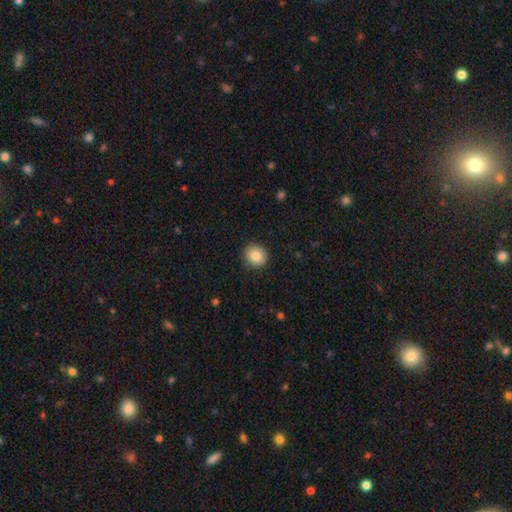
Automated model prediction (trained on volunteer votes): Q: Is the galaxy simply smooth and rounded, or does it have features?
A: smooth — 86%.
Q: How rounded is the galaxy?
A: round — 86%.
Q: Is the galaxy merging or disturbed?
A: none — 90%.